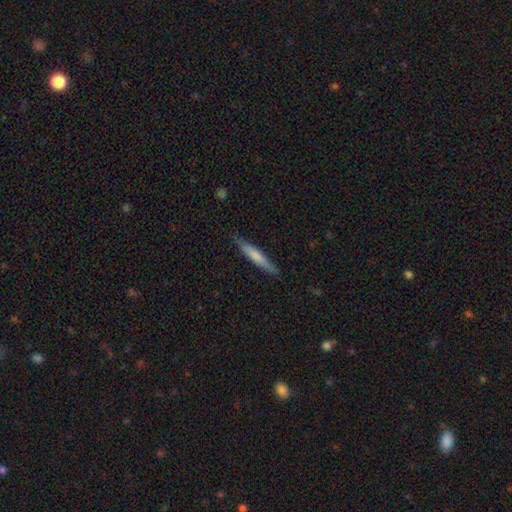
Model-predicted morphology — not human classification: Q: Smooth or featured?
A: smooth (61%); runner-up: featured or disk (33%)
Q: How rounded?
A: cigar-shaped (93%); runner-up: in between (6%)
Q: Merging?
A: none (86%); runner-up: minor disturbance (11%)